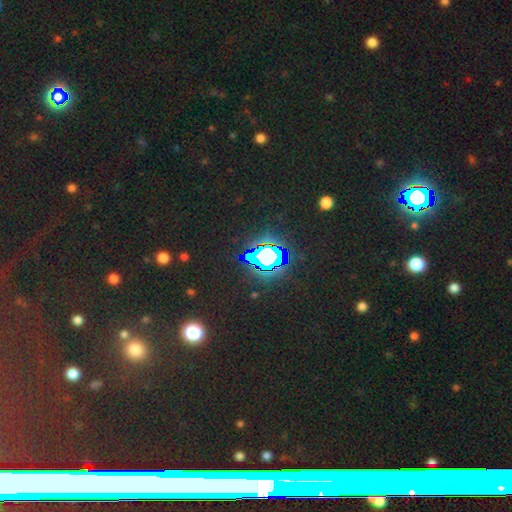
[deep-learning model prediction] Q: Smooth or featured?
A: star or artifact (77%); runner-up: smooth (16%)